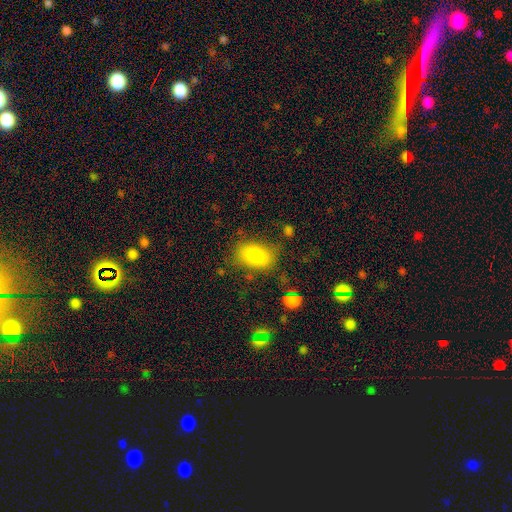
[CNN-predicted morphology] This appears to be a smooth galaxy with no disk features (81%) that is in between round and cigar-shaped (86%). Merging: none (70%).